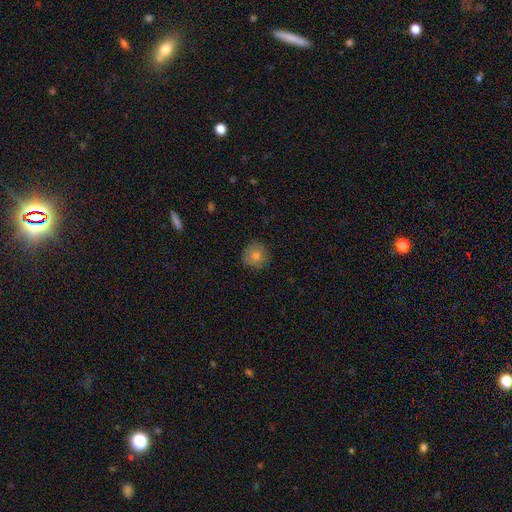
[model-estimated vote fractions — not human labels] This appears to be a smooth galaxy with no disk features (74%) that is round (93%). Merging: none (87%).